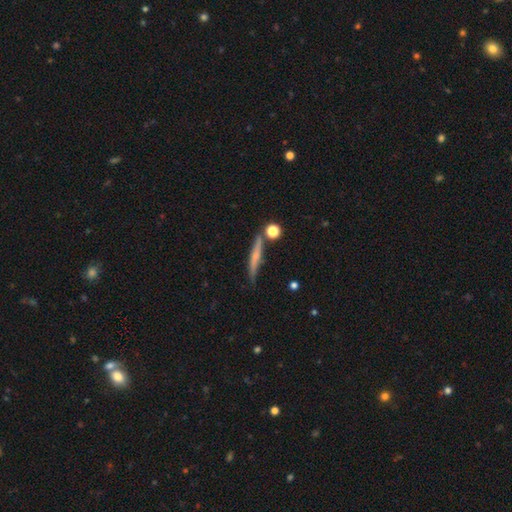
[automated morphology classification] type=featured or disk (46%, tied with smooth); merging=none (75%).